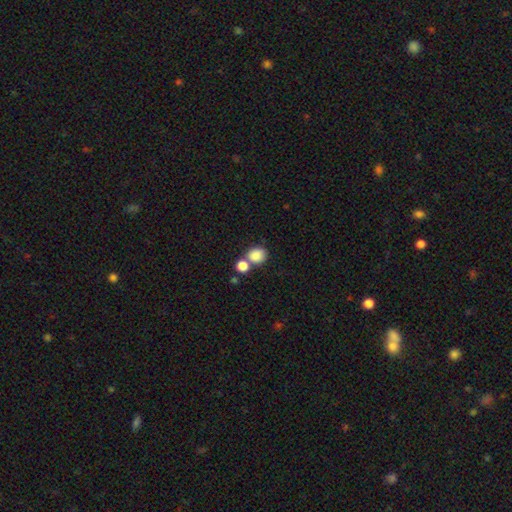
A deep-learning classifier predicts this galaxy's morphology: The model was most divided on "merging": none: 49%, merger: 38%, minor disturbance: 9%, major disturbance: 4%. More confident: smooth or featured — smooth (84%); how rounded — round (66%).